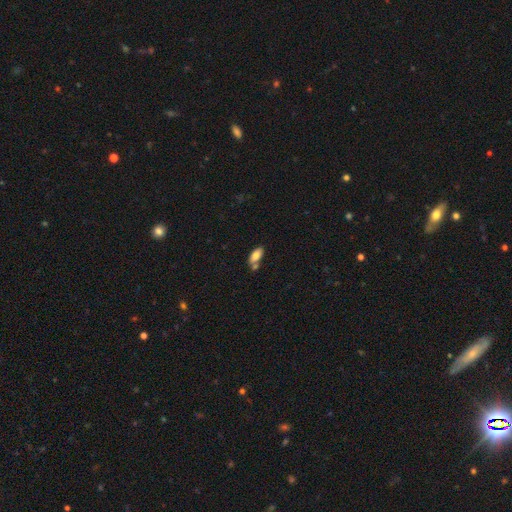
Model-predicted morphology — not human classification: This is likely a smooth galaxy (80%). How rounded: clearly in between (87%). Merging: possibly none (59%).